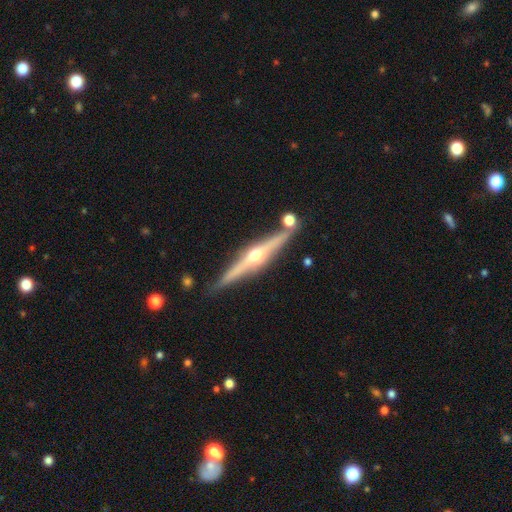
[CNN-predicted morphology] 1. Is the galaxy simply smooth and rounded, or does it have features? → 79% featured or disk, 15% smooth, 6% star or artifact.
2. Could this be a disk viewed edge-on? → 97% yes, 3% no.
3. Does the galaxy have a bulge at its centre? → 94% rounded, 3% none, 3% boxy.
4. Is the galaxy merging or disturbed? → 82% none, 10% minor disturbance, 6% merger, 2% major disturbance.